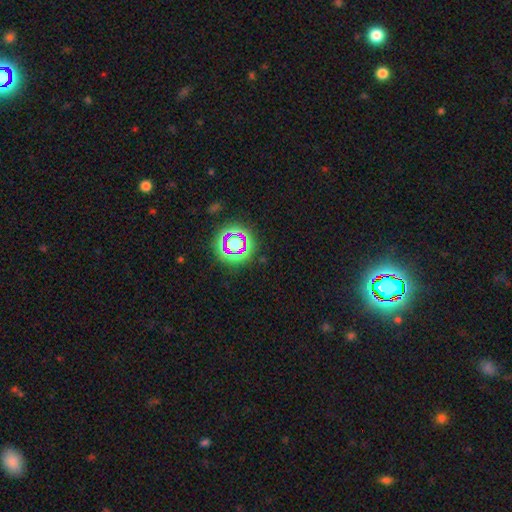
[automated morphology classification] Smooth or featured? star or artifact (77%)